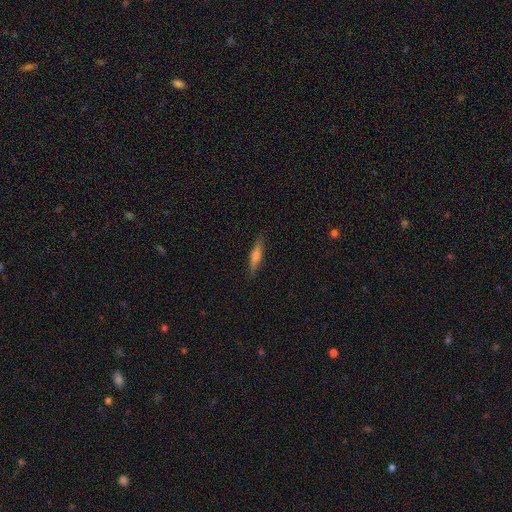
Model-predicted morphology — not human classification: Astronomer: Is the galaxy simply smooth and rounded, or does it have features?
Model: featured or disk — 48% (runner-up: smooth, 45%).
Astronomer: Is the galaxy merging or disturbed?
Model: none — 88%.